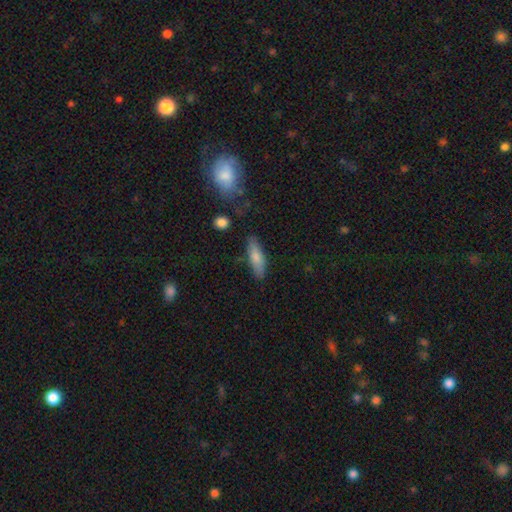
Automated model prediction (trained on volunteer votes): smooth 76%, featured or disk 17%, star or artifact 6%. Down the decision tree: how rounded — cigar-shaped (53%); merging — none (80%).